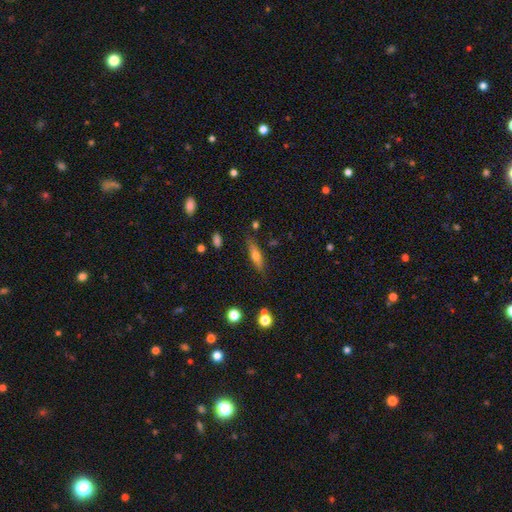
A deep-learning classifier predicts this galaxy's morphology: Smooth or featured? Predicted: smooth (p=0.56). How rounded? Predicted: cigar-shaped (p=0.65). Merging? Predicted: none (p=0.80).